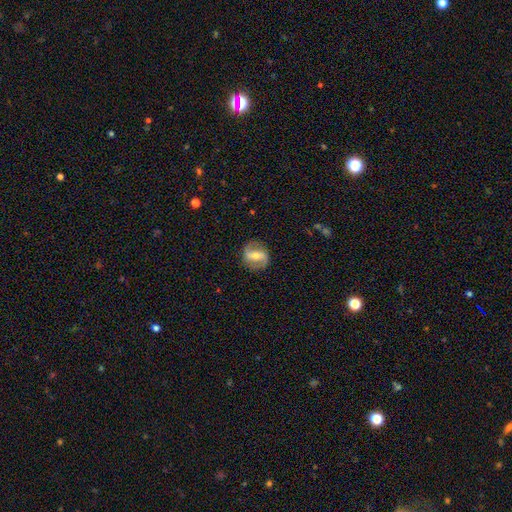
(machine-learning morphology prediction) smooth_or_featured: featured or disk (p=0.77) [alt: smooth p=0.17]
disk_edge_on: no (p=0.96) [alt: yes p=0.04]
bar: strong (p=0.53) [alt: weak p=0.32]
has_spiral_arms: yes (p=0.86) [alt: no p=0.14]
spiral_winding: medium (p=0.42) [alt: loose p=0.36]
spiral_arm_count: 2 (p=0.89) [alt: can't tell p=0.05]
bulge_size: moderate (p=0.50) [alt: small p=0.44]
merging: none (p=0.83) [alt: minor disturbance p=0.11]